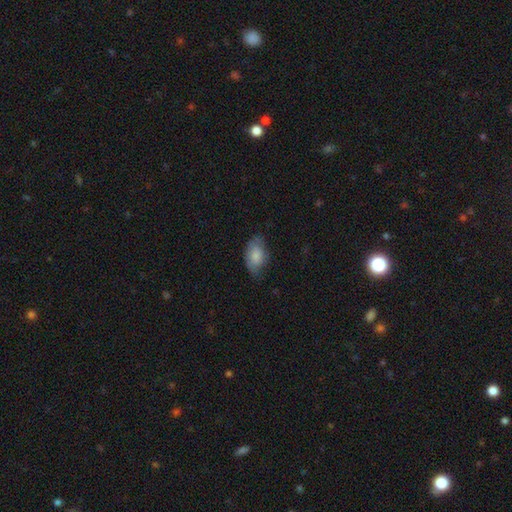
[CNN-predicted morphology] Overall: smooth (79%). How rounded: in between (92%). Merging: none (58%; minor disturbance 32%).